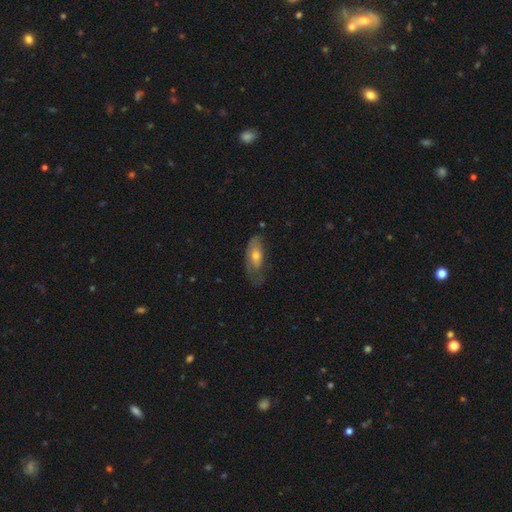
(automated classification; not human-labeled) A smooth galaxy with no disk features (50%) that is in between round and cigar-shaped (81%). Merging: none (46%).